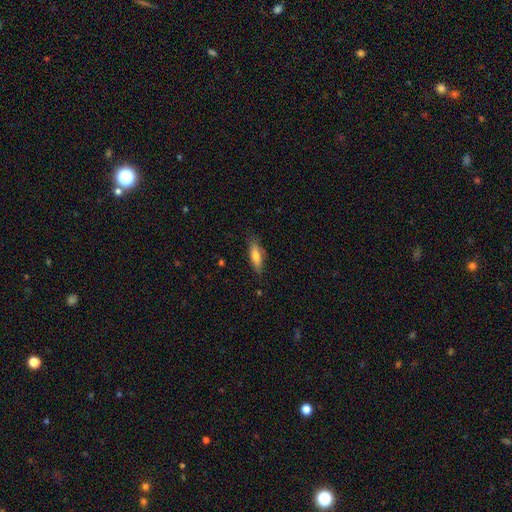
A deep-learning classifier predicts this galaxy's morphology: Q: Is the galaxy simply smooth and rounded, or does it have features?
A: smooth — 72%.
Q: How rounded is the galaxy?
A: in between — 51%.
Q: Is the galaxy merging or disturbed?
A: none — 79%.